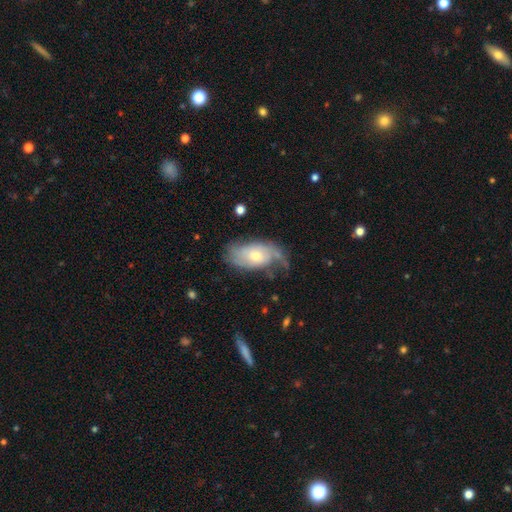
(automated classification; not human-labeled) Q: Smooth or featured?
A: featured or disk (65%); runner-up: smooth (28%)
Q: Edge-on disk?
A: no (93%); runner-up: yes (7%)
Q: Bar?
A: no (72%); runner-up: weak (23%)
Q: Spiral arms?
A: yes (83%); runner-up: no (17%)
Q: Bulge size?
A: moderate (48%); runner-up: small (47%)
Q: Merging?
A: none (47%); runner-up: minor disturbance (28%)